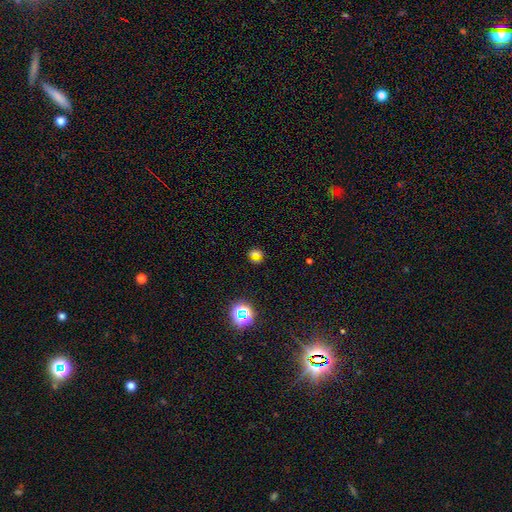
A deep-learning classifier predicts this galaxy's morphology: Smooth or featured? smooth (57%)
How rounded? round (69%)
Merging? none (60%)